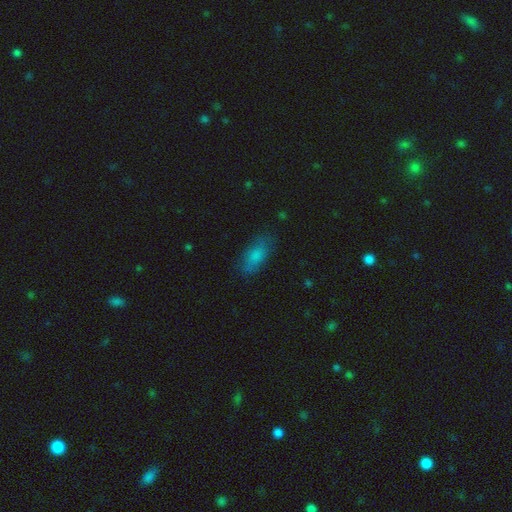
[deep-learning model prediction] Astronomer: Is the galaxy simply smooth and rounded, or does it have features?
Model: smooth — 79%.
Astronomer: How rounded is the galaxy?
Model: in between — 81%.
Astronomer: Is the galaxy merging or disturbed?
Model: none — 77%.